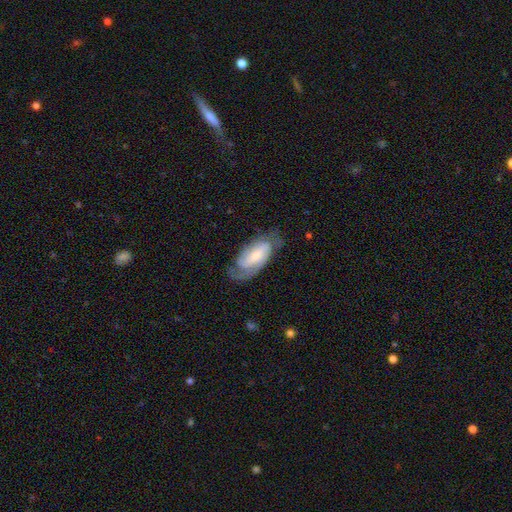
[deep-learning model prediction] Overall: featured or disk (75%). Edge-on disk: no (94%). Bar: weak (41%; no 36%). Spiral arms: yes (93%). Spiral arm count: 2 (67%). Spiral winding: tight (45%; medium 40%). Bulge size: small (52%; moderate 37%). Merging: none (64%).